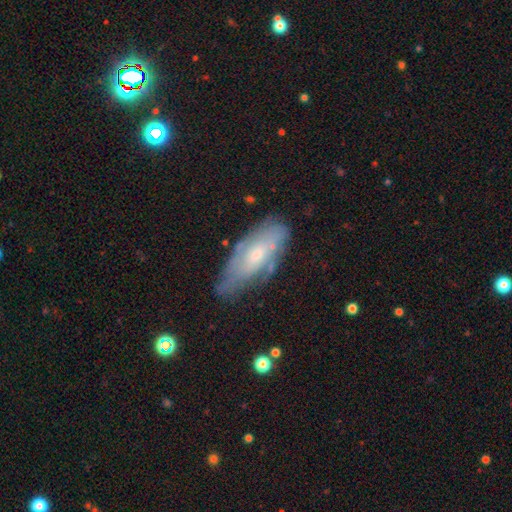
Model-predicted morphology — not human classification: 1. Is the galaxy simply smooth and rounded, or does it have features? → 55% featured or disk, 38% smooth, 7% star or artifact.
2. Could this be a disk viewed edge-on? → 83% no, 17% yes.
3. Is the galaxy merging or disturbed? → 55% none, 31% minor disturbance, 10% major disturbance, 4% merger.